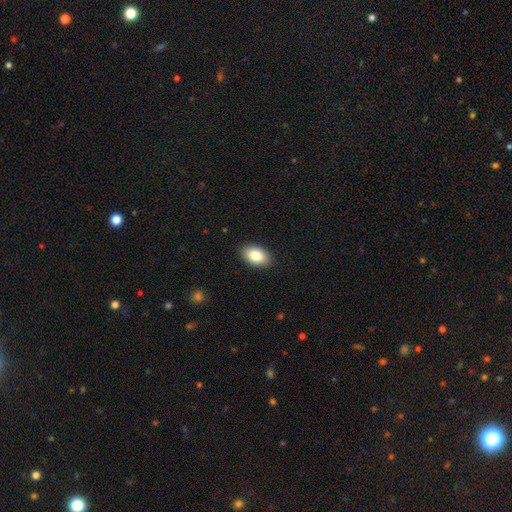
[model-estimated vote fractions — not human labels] This is clearly a smooth galaxy (85%). How rounded: clearly in between (91%). Merging: clearly none (89%).